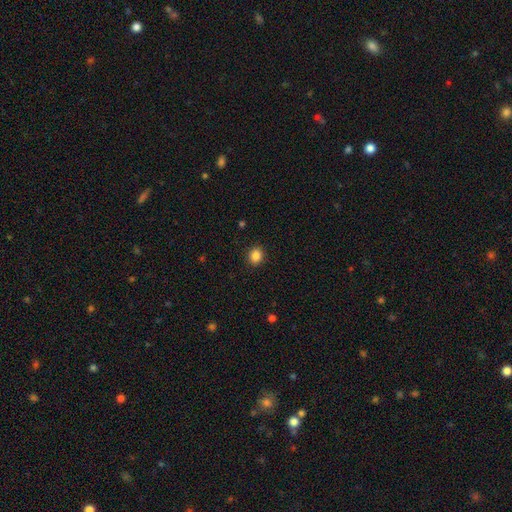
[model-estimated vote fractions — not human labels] smooth 86%, star or artifact 11%, featured or disk 3%. Down the decision tree: how rounded — round (71%); merging — none (91%).